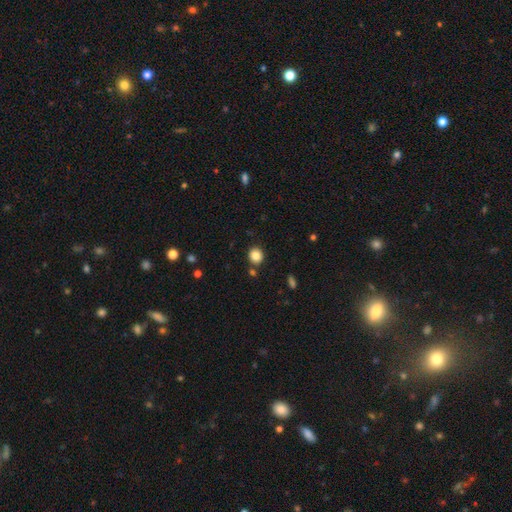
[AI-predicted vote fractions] Overall: smooth (85%). How rounded: round (81%). Merging: none (83%).